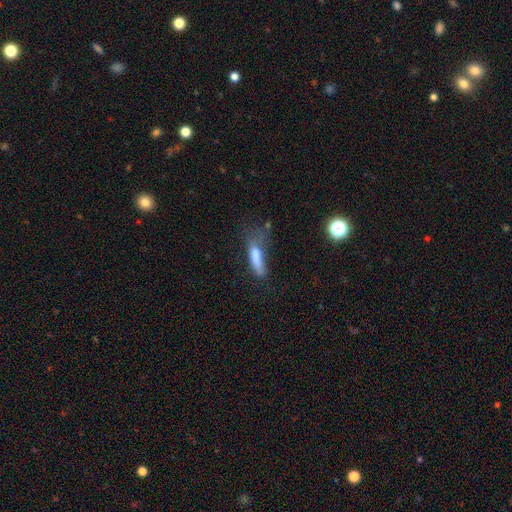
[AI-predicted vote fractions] A smooth galaxy with no disk features (62%) that is cigar-shaped (66%).

Vote fractions:
- Smooth or featured? smooth: 62% / featured or disk: 25% / star or artifact: 13%
- How rounded? cigar-shaped: 66% / in between: 31% / round: 3%
- Merging? major disturbance: 41% / none: 28% / minor disturbance: 25% / merger: 7%